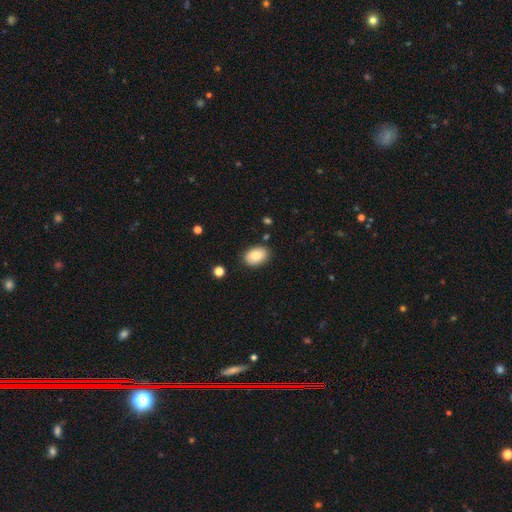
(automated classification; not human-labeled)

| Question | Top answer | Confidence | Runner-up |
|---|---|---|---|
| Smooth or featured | smooth | 85% | featured or disk (8%) |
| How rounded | in between | 86% | round (13%) |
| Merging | none | 86% | minor disturbance (10%) |